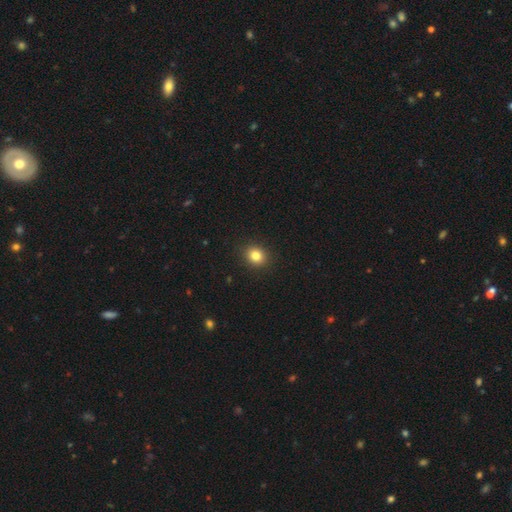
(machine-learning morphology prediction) This is clearly a smooth galaxy (83%). How rounded: likely round (72%). Merging: clearly none (91%).